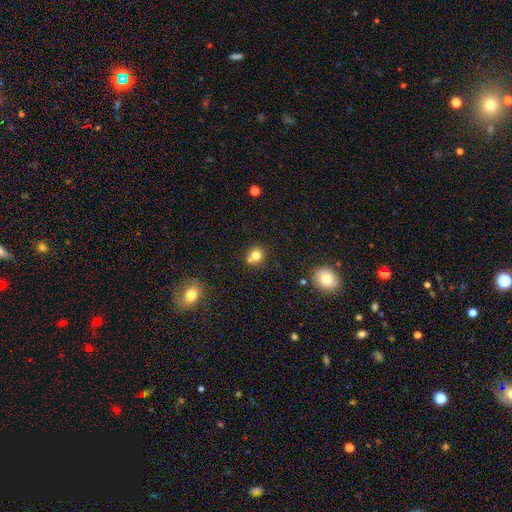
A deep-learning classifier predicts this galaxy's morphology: type=smooth (79%); roundness=round (85%); merging=none (59%).